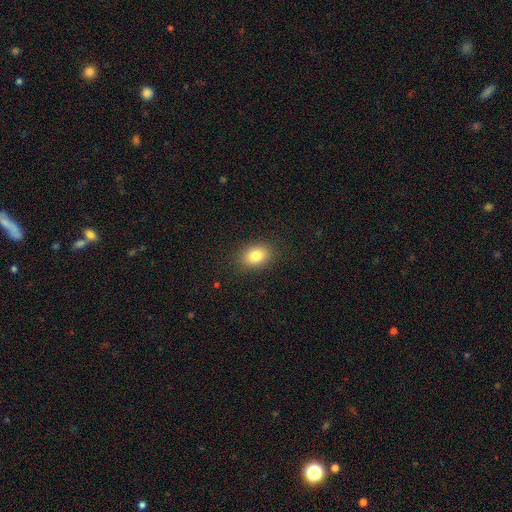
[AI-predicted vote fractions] smooth-or-featured: smooth: 82% | star or artifact: 10% | featured or disk: 9%
  how-rounded: in between: 72% | round: 27% | cigar-shaped: 1%
  merging: none: 88% | minor disturbance: 9% | major disturbance: 3% | merger: 1%